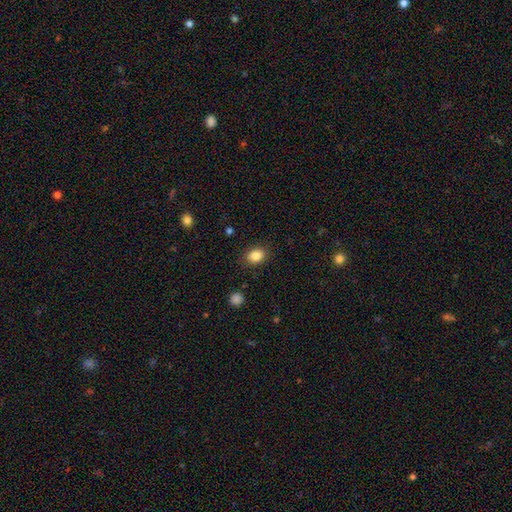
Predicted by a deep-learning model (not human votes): This is clearly a smooth galaxy (85%). How rounded: likely in between (63%). Merging: clearly none (85%).